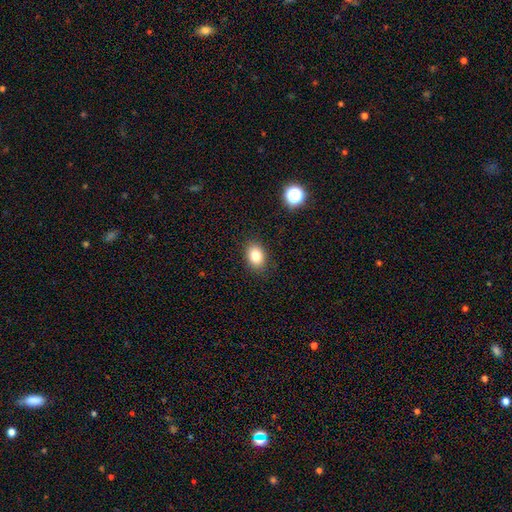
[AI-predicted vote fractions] smooth-or-featured: smooth: 84% | star or artifact: 10% | featured or disk: 7%
  how-rounded: in between: 75% | round: 24% | cigar-shaped: 1%
  merging: none: 88% | minor disturbance: 8% | major disturbance: 2% | merger: 1%